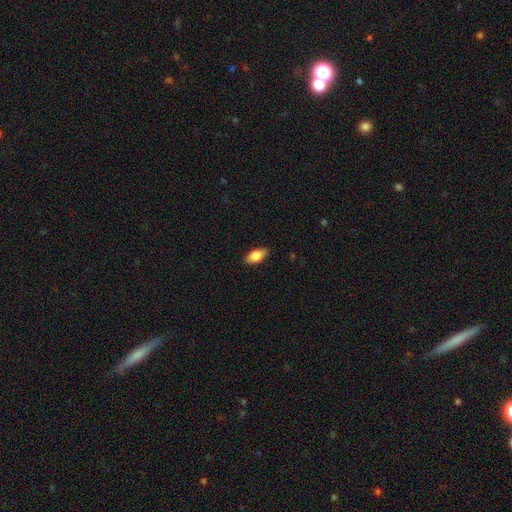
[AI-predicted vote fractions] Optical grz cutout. It shows a smooth galaxy with no disk features (79%) that is in between round and cigar-shaped (88%). Merging: none (88%).